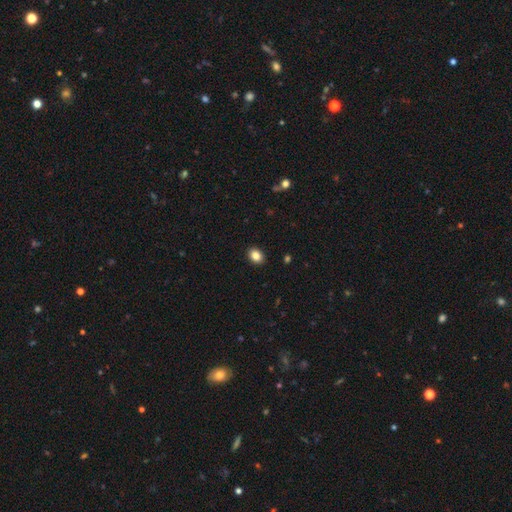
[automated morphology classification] smooth 86%, star or artifact 9%, featured or disk 5%. Down the decision tree: how rounded — in between (65%); merging — none (91%).